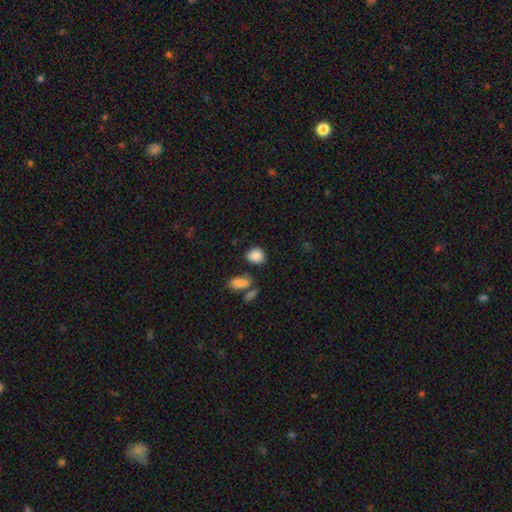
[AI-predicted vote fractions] smooth-or-featured: smooth: 87% | star or artifact: 9% | featured or disk: 4%
  how-rounded: round: 64% | in between: 35% | cigar-shaped: 2%
  merging: none: 75% | minor disturbance: 14% | merger: 7% | major disturbance: 4%